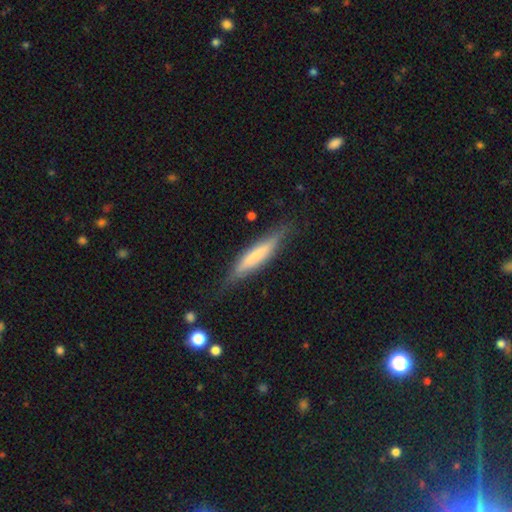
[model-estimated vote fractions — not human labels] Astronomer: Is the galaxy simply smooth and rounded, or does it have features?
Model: smooth — 55% (runner-up: featured or disk, 39%).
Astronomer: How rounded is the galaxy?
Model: cigar-shaped — 87%.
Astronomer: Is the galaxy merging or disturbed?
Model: none — 79%.